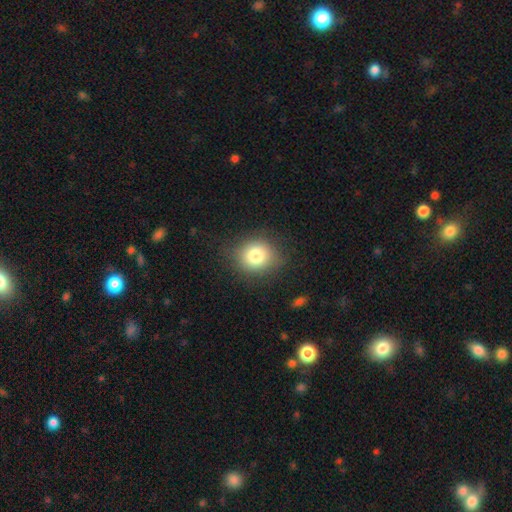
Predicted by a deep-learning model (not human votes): Smooth or featured? smooth (79%)
How rounded? round (77%)
Merging? none (82%)